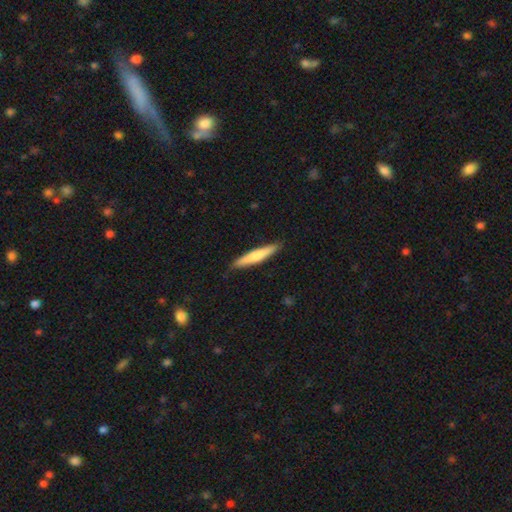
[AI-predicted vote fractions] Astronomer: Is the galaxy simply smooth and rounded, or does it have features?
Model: smooth — 65%.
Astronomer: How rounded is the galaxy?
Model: cigar-shaped — 91%.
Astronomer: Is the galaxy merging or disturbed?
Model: none — 86%.